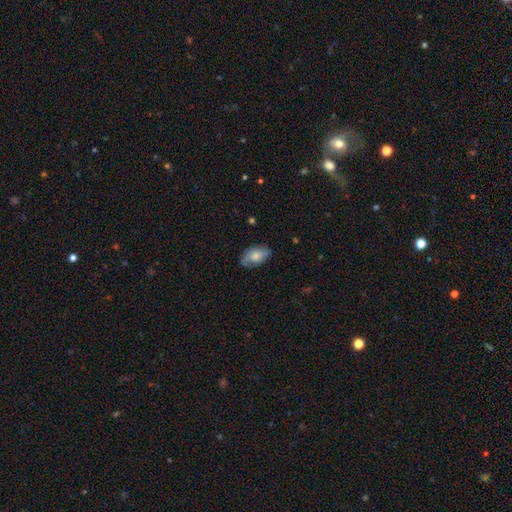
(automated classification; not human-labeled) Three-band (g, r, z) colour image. It shows a smooth galaxy with no disk features (58%) that is in between round and cigar-shaped (90%). Merging: none (67%).